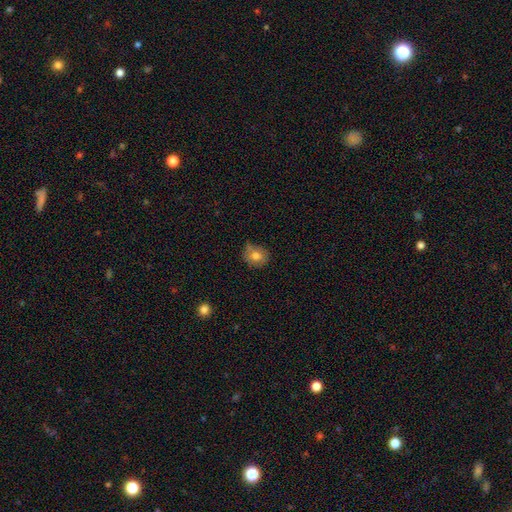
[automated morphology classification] A smooth galaxy with no disk features (76%) that is round (71%).

Vote fractions:
- Smooth or featured? smooth: 76% / featured or disk: 15% / star or artifact: 9%
- How rounded? round: 71% / in between: 28% / cigar-shaped: 1%
- Merging? none: 65% / minor disturbance: 26% / major disturbance: 5% / merger: 4%